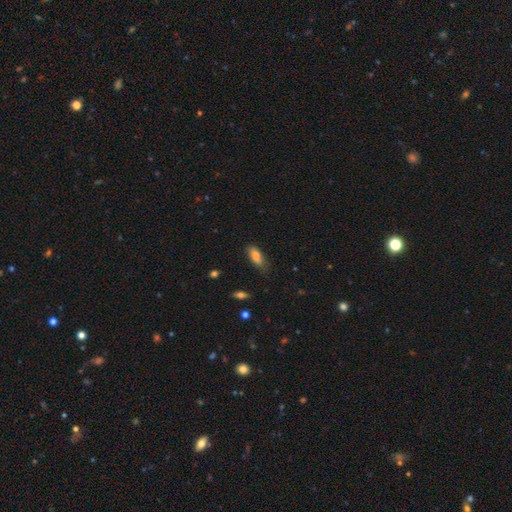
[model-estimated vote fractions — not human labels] Morphology: type=smooth (80%); roundness=in between (76%); merging=none (66%).